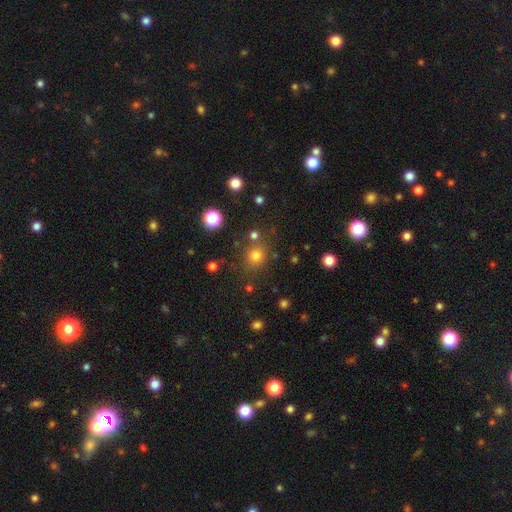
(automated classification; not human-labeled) Q: Smooth or featured?
A: smooth (75%); runner-up: star or artifact (19%)
Q: How rounded?
A: round (85%); runner-up: in between (14%)
Q: Merging?
A: none (78%); runner-up: minor disturbance (10%)